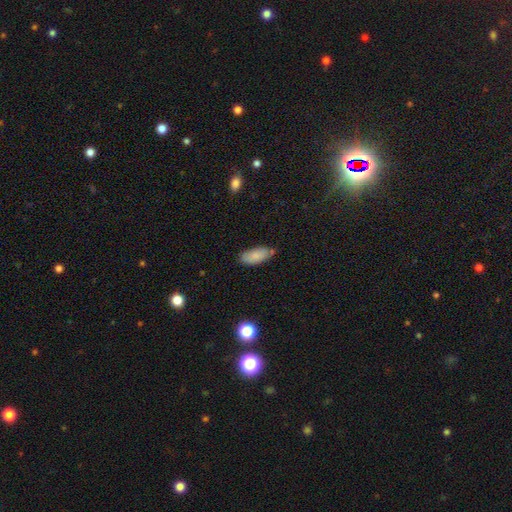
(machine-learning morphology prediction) The model was most divided on "merging": none: 69%, minor disturbance: 23%, merger: 5%, major disturbance: 4%. More confident: how rounded — in between (88%); smooth or featured — smooth (81%).